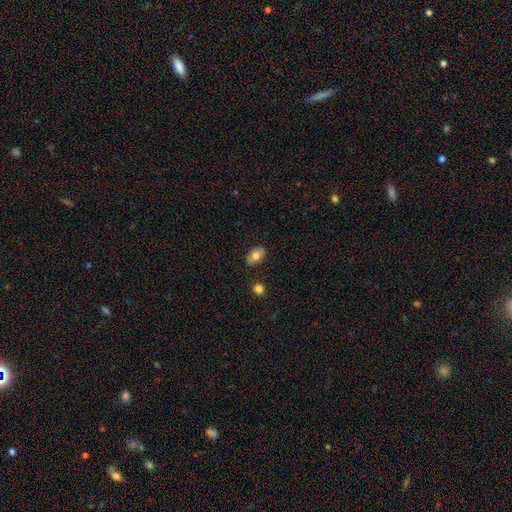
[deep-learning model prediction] smooth-or-featured: smooth: 72% | featured or disk: 21% | star or artifact: 8%
  how-rounded: in between: 88% | round: 10% | cigar-shaped: 2%
  merging: none: 84% | minor disturbance: 12% | major disturbance: 2% | merger: 2%